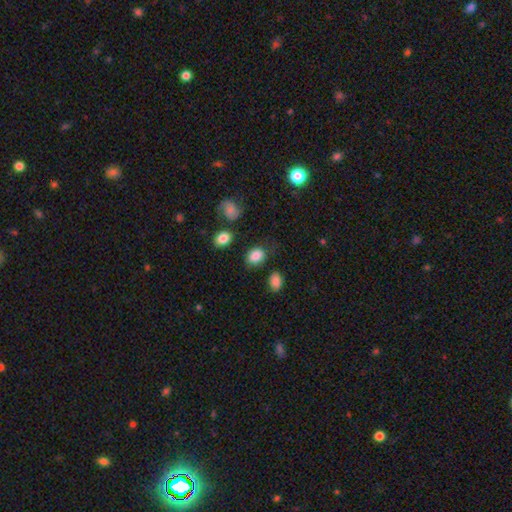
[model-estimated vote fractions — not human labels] smooth-or-featured: smooth: 85% | star or artifact: 9% | featured or disk: 6%
  how-rounded: in between: 71% | round: 28% | cigar-shaped: 1%
  merging: none: 72% | minor disturbance: 18% | major disturbance: 6% | merger: 4%